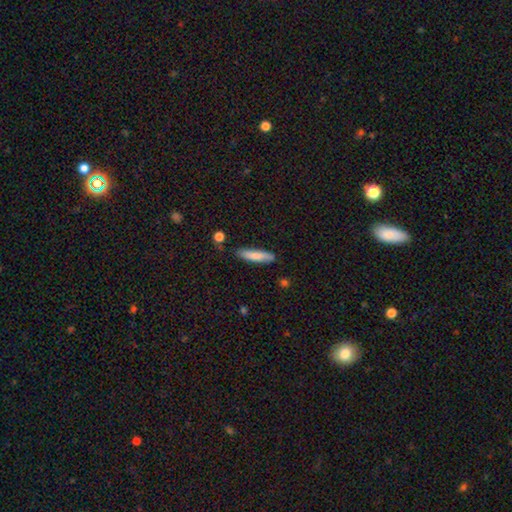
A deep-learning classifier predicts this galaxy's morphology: Smooth or featured?
  - smooth: 80% *
  - featured or disk: 14%
  - star or artifact: 6%
How rounded?
  - cigar-shaped: 78% *
  - in between: 21%
  - round: 1%
Merging?
  - none: 83% *
  - minor disturbance: 13%
  - major disturbance: 2%
  - merger: 2%